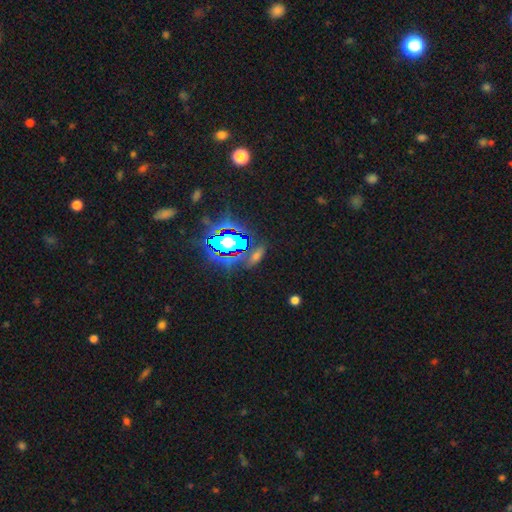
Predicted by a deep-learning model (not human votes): A star or artifact, not a galaxy (45%).

Vote fractions:
- Smooth or featured? star or artifact: 45% / smooth: 37% / featured or disk: 17%